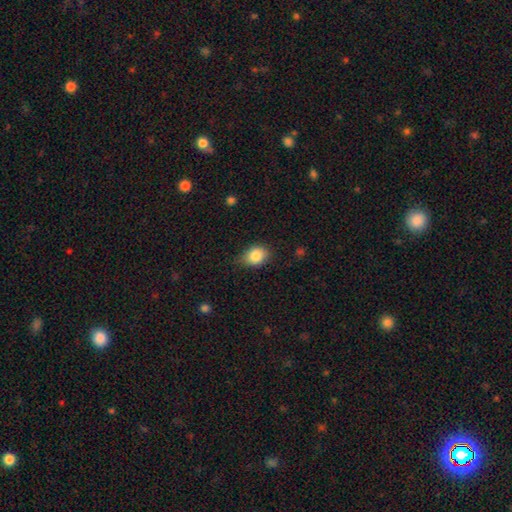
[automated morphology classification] Overall: smooth (85%). How rounded: in between (59%; round 40%). Merging: none (69%).